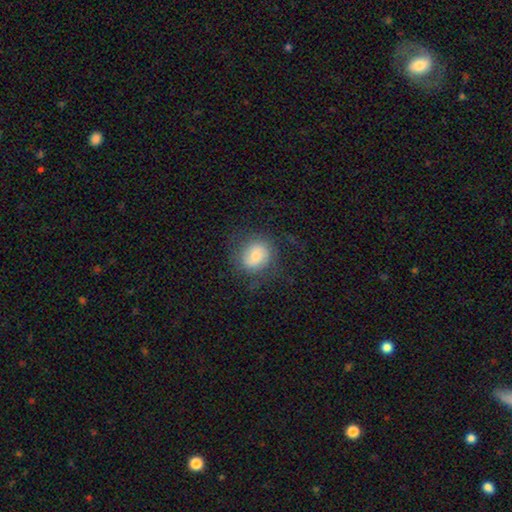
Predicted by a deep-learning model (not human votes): Smooth or featured: smooth — 59% (featured or disk — 31%)
How rounded: round — 70% (in between — 29%)
Merging: none — 68% (minor disturbance — 17%)